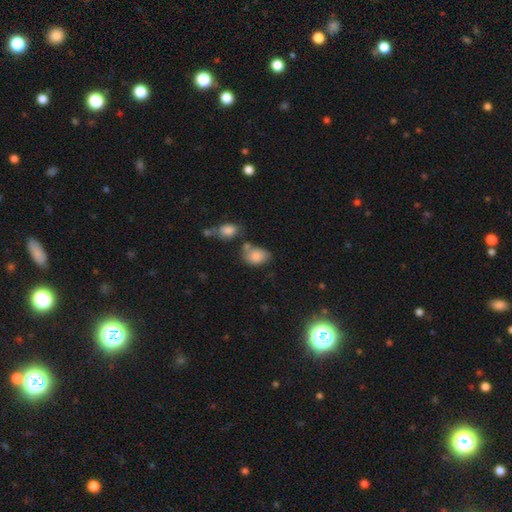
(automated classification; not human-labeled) Smooth or featured? smooth (83%)
How rounded? in between (78%)
Merging? none (48%)